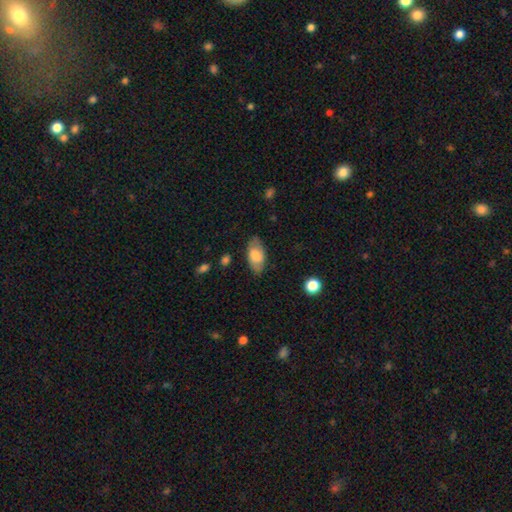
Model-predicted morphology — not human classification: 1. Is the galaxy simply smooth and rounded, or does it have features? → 71% smooth, 22% featured or disk, 7% star or artifact.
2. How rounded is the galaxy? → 93% in between, 4% cigar-shaped, 3% round.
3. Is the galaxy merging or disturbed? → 79% none, 15% minor disturbance, 4% major disturbance, 1% merger.